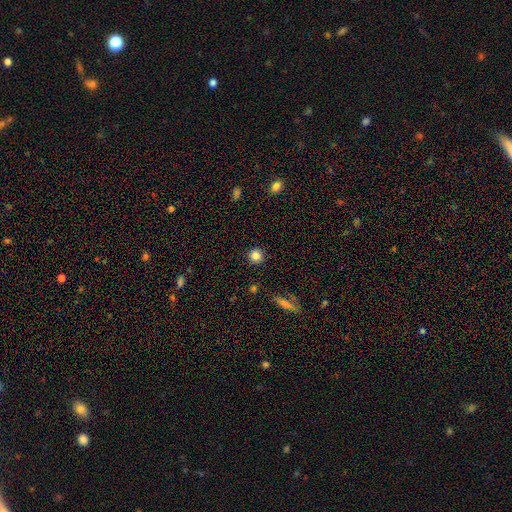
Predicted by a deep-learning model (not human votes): smooth 82%, star or artifact 12%, featured or disk 6%. Down the decision tree: how rounded — round (93%); merging — none (91%).